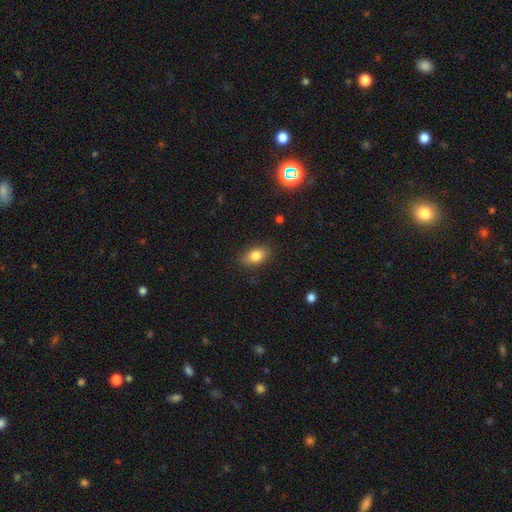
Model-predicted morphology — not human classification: Smooth or featured: smooth — 82% (featured or disk — 9%)
How rounded: in between — 87% (round — 10%)
Merging: none — 85% (minor disturbance — 11%)